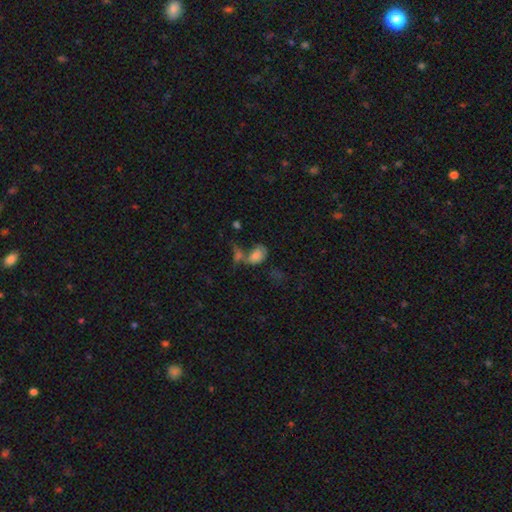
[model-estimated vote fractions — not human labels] This is likely a smooth galaxy (75%). How rounded: clearly in between (85%). Merging: possibly merger (47%).